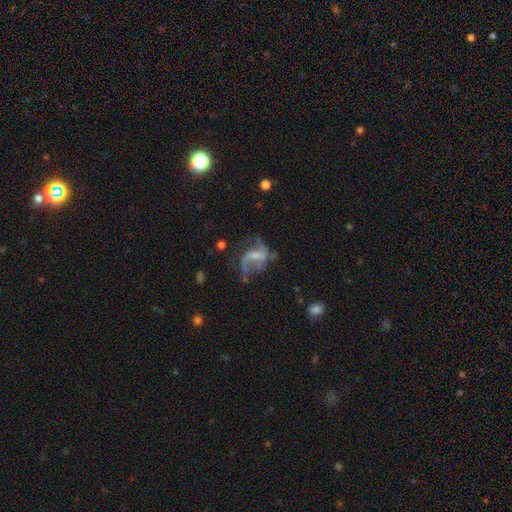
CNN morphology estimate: Smooth or featured: featured or disk — 80% (smooth — 11%)
Edge-on disk: no — 98% (yes — 2%)
Bar: weak — 50% (no — 32%)
Spiral arms: yes — 90% (no — 10%)
Spiral winding: loose — 70% (medium — 25%)
Spiral arm count: 2 — 80% (1 — 10%)
Bulge size: small — 45% (none — 27%)
Merging: none — 46% (major disturbance — 29%)